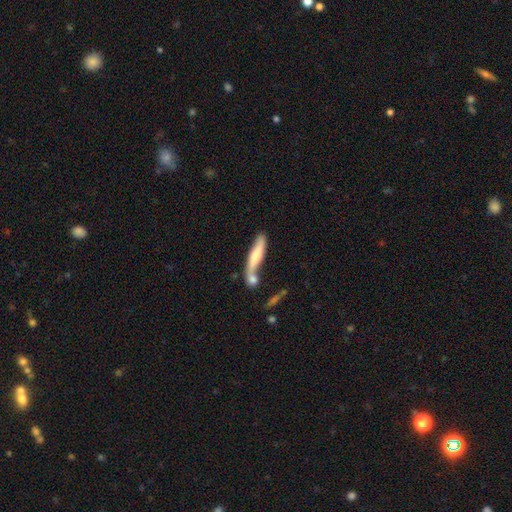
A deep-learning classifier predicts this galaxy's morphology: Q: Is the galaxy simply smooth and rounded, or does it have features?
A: smooth — 60%.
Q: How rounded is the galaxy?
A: cigar-shaped — 78%.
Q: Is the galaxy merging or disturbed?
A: merger — 40%.